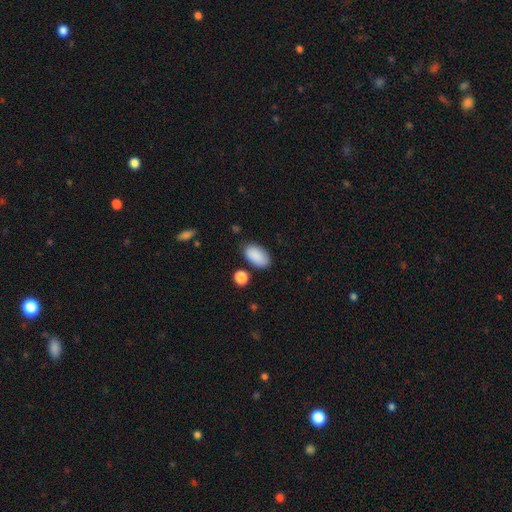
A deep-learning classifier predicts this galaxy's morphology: Smooth or featured: smooth — 89% (star or artifact — 7%)
How rounded: in between — 94% (round — 4%)
Merging: none — 79% (minor disturbance — 14%)